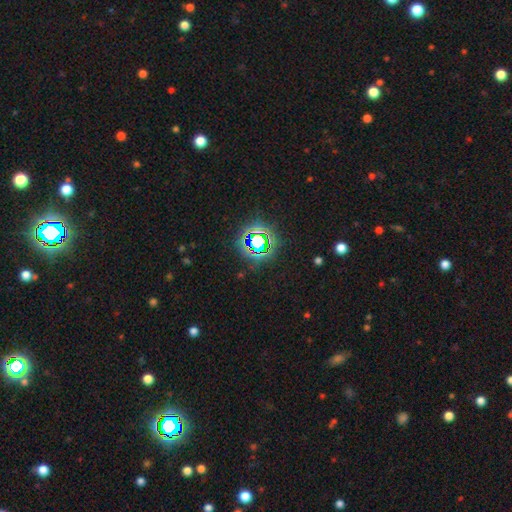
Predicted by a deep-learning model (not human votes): This appears to be a star or artifact, not a galaxy (80%).